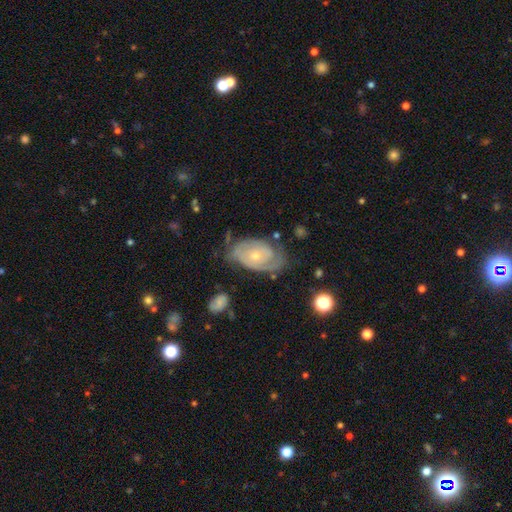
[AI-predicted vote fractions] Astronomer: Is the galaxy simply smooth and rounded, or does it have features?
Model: featured or disk — 75%.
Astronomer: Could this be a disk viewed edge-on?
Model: no — 95%.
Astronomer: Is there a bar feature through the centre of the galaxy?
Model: no — 77%.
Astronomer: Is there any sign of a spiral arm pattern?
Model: yes — 85%.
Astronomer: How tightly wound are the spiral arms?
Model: tight — 59%.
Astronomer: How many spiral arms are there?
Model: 2 — 45% (runner-up: can't tell, 33%).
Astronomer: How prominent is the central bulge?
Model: small — 66%.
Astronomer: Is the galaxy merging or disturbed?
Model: none — 59%.